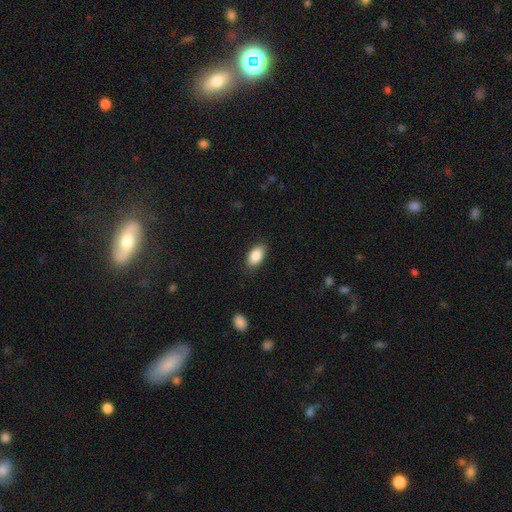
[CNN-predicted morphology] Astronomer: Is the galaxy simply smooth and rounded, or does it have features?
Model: smooth — 87%.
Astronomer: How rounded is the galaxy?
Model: in between — 92%.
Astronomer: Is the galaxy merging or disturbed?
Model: none — 84%.